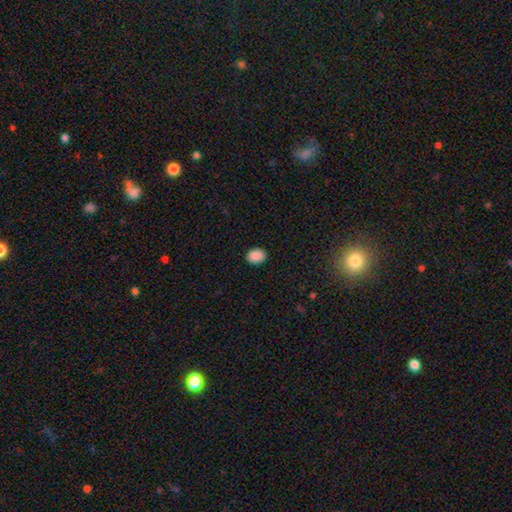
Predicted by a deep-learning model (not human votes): Smooth or featured?
  - smooth: 90% *
  - star or artifact: 8%
  - featured or disk: 3%
How rounded?
  - in between: 67% *
  - round: 32%
  - cigar-shaped: 1%
Merging?
  - none: 89% *
  - minor disturbance: 8%
  - major disturbance: 2%
  - merger: 1%